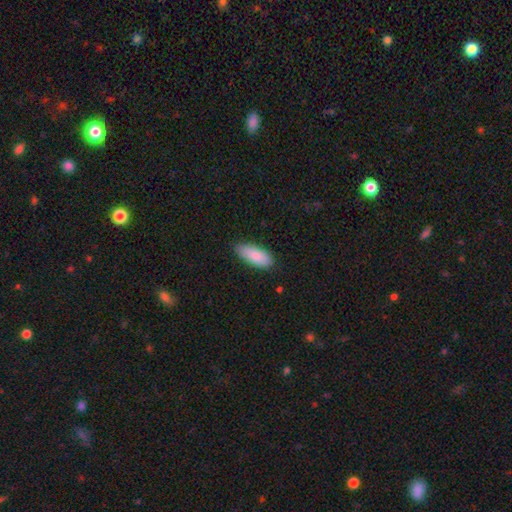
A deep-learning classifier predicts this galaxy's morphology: Smooth or featured: smooth — 86% (featured or disk — 8%)
How rounded: in between — 83% (cigar-shaped — 16%)
Merging: none — 81% (minor disturbance — 15%)